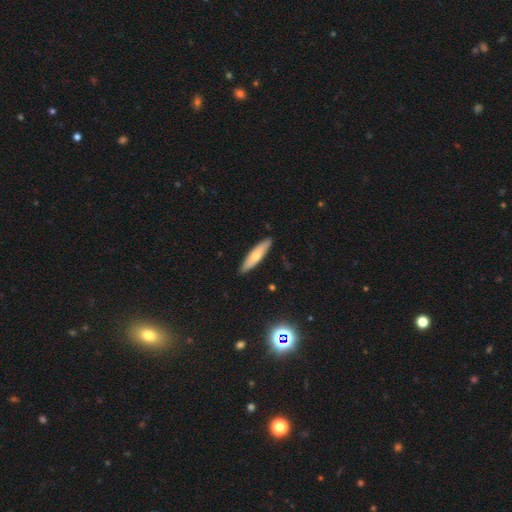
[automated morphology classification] Smooth or featured? smooth (64%)
How rounded? cigar-shaped (74%)
Merging? none (89%)